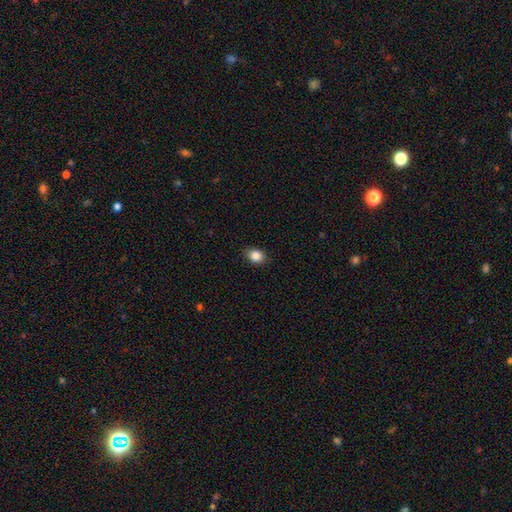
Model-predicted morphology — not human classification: This appears to be a smooth galaxy with no disk features (86%) that is in between round and cigar-shaped (59%). Merging: none (87%).